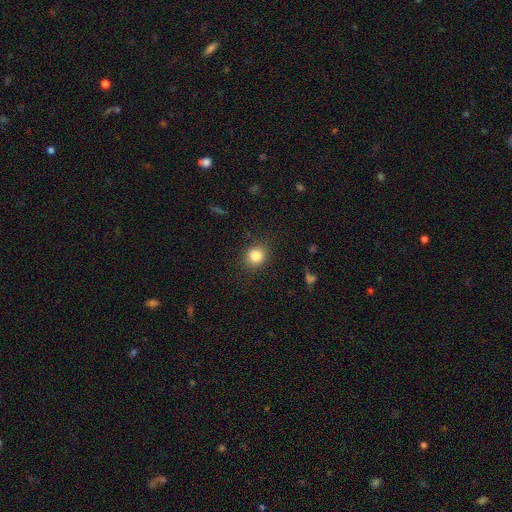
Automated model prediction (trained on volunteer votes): smooth_or_featured: smooth (p=0.84) [alt: star or artifact p=0.11]
how_rounded: round (p=0.80) [alt: in between p=0.19]
merging: none (p=0.88) [alt: minor disturbance p=0.08]